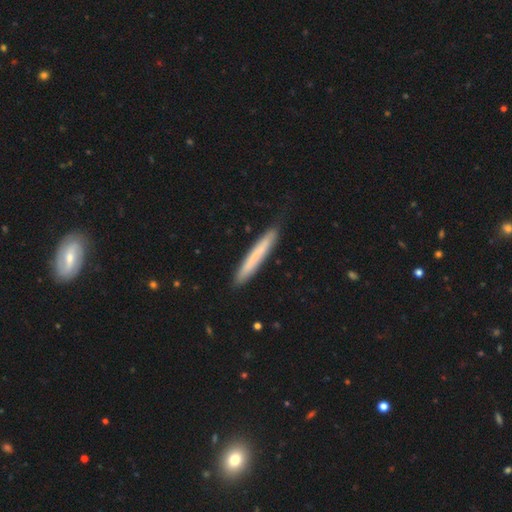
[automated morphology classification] Smooth or featured? Predicted: smooth (p=0.70). How rounded? Predicted: cigar-shaped (p=0.96). Merging? Predicted: none (p=0.84).